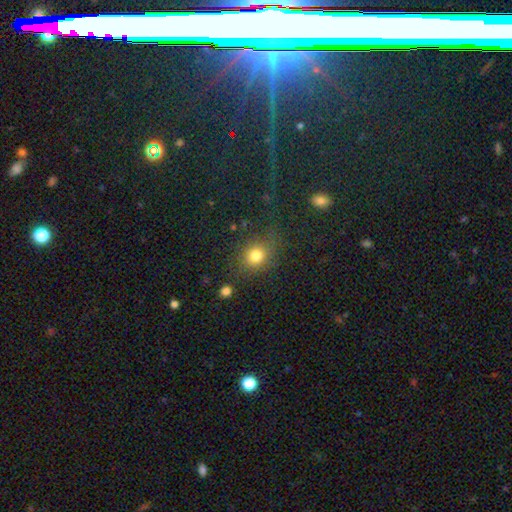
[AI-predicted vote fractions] Smooth or featured: smooth — 78% (star or artifact — 15%)
How rounded: round — 67% (in between — 32%)
Merging: none — 74% (minor disturbance — 15%)